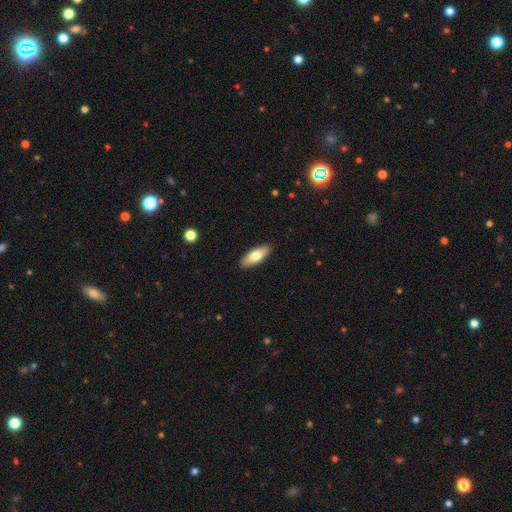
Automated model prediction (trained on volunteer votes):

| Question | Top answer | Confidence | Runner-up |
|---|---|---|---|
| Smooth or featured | smooth | 70% | featured or disk (24%) |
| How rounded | in between | 70% | cigar-shaped (28%) |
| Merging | none | 90% | minor disturbance (7%) |